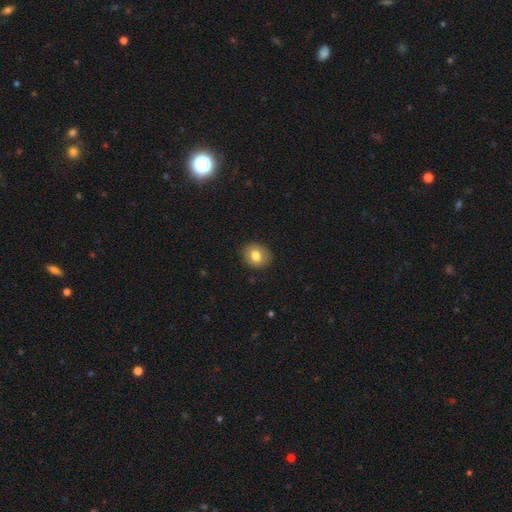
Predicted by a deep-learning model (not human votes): A smooth galaxy with no disk features (80%) that is round (75%).

Vote fractions:
- Smooth or featured? smooth: 80% / featured or disk: 11% / star or artifact: 9%
- How rounded? round: 75% / in between: 24% / cigar-shaped: 1%
- Merging? none: 90% / minor disturbance: 7% / major disturbance: 2% / merger: 1%